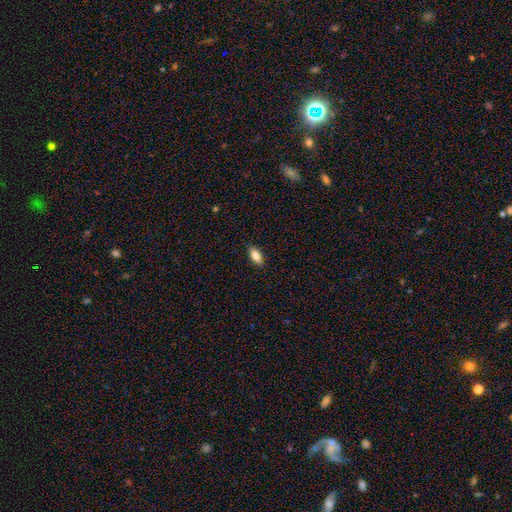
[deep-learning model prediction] Smooth or featured?
  - smooth: 82% *
  - featured or disk: 11%
  - star or artifact: 7%
How rounded?
  - in between: 85% *
  - cigar-shaped: 12%
  - round: 3%
Merging?
  - none: 88% *
  - minor disturbance: 9%
  - major disturbance: 2%
  - merger: 1%